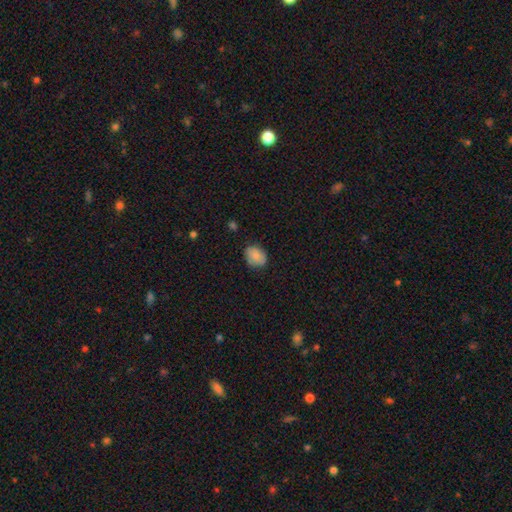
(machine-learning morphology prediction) smooth 80%, featured or disk 12%, star or artifact 8%. Down the decision tree: how rounded — round (50%); merging — none (77%).